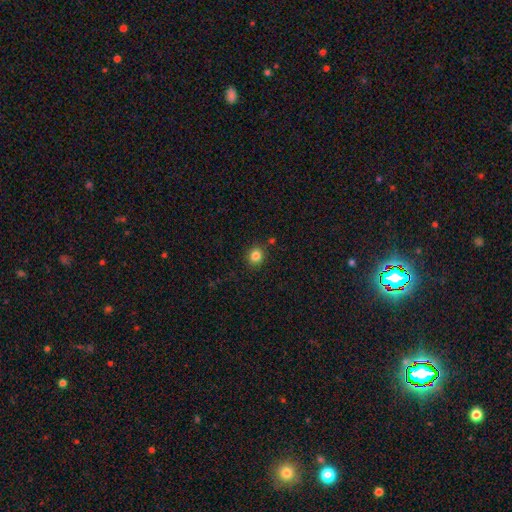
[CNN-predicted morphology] smooth_or_featured: smooth (p=0.83) [alt: star or artifact p=0.12]
how_rounded: round (p=0.78) [alt: in between p=0.21]
merging: none (p=0.86) [alt: minor disturbance p=0.08]